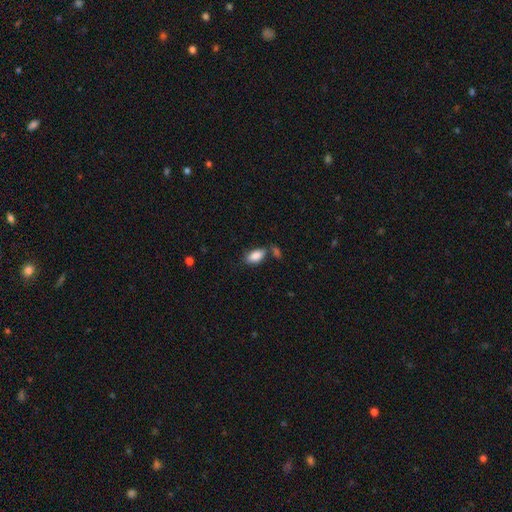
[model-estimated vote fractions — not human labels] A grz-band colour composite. It shows a smooth galaxy with no disk features (87%) that is in between round and cigar-shaped (92%). Merging: none (64%).